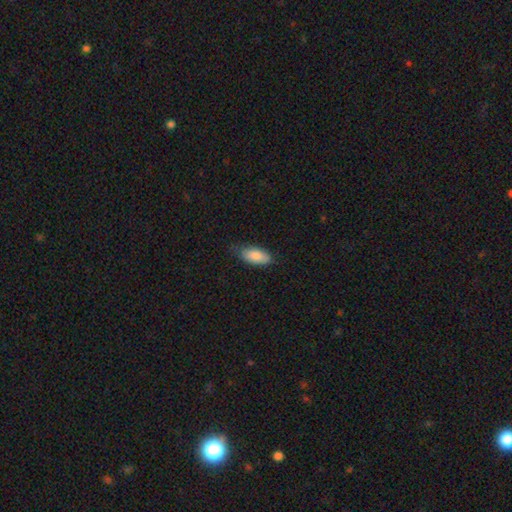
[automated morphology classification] Smooth or featured? smooth (86%)
How rounded? in between (89%)
Merging? none (70%)